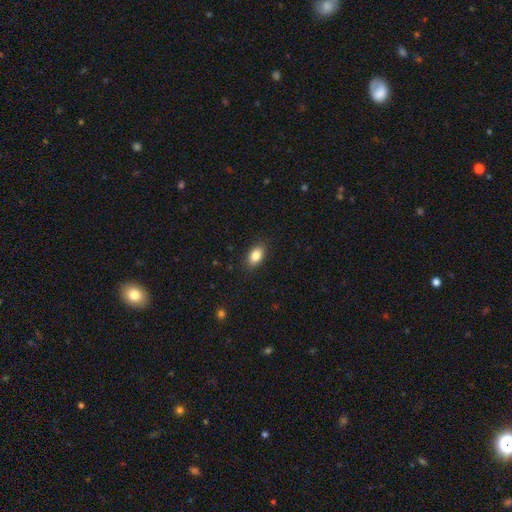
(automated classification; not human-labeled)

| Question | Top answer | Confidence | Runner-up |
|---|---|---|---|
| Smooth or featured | smooth | 85% | star or artifact (8%) |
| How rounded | in between | 88% | round (10%) |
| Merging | none | 87% | minor disturbance (9%) |